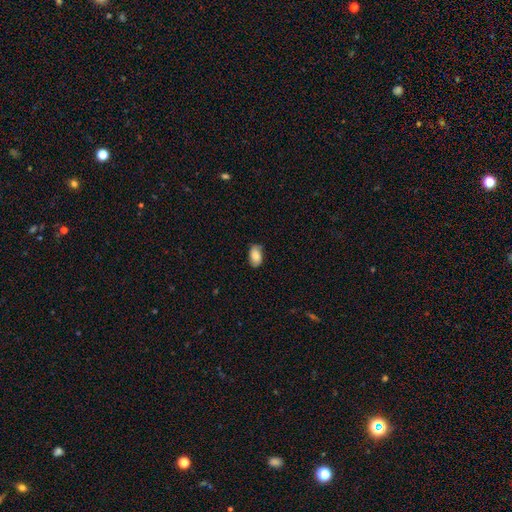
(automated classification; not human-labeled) Smooth or featured: smooth — 79% (featured or disk — 14%)
How rounded: in between — 92% (round — 7%)
Merging: none — 79% (minor disturbance — 17%)